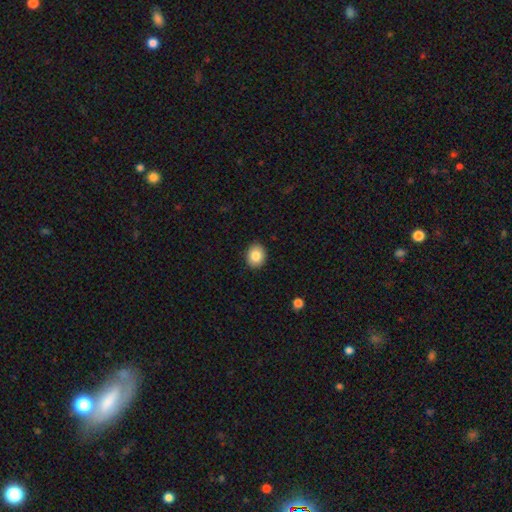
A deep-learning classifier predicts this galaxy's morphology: This appears to be a smooth galaxy with no disk features (85%) that is round (59%). Merging: none (91%).